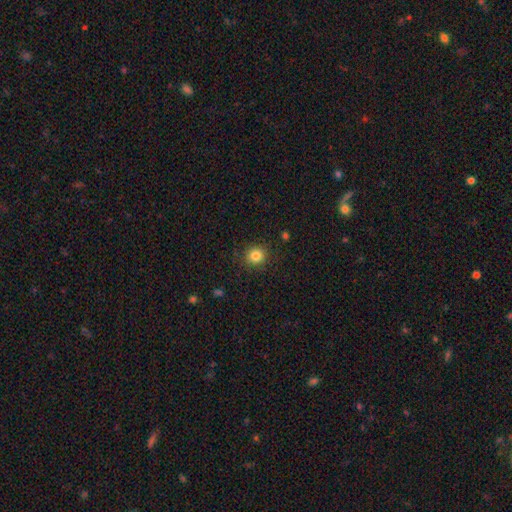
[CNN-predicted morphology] smooth 83%, star or artifact 12%, featured or disk 6%. Down the decision tree: how rounded — round (86%); merging — none (90%).